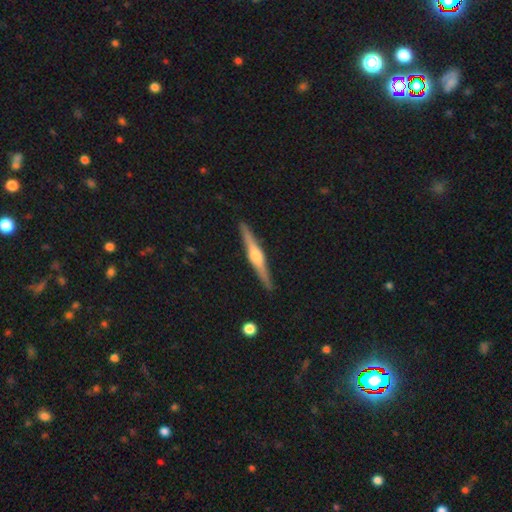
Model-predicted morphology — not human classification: featured or disk 79%, smooth 17%, star or artifact 5%. Down the decision tree: edge-on disk — yes (98%); edge-on bulge — rounded (92%); merging — none (91%).